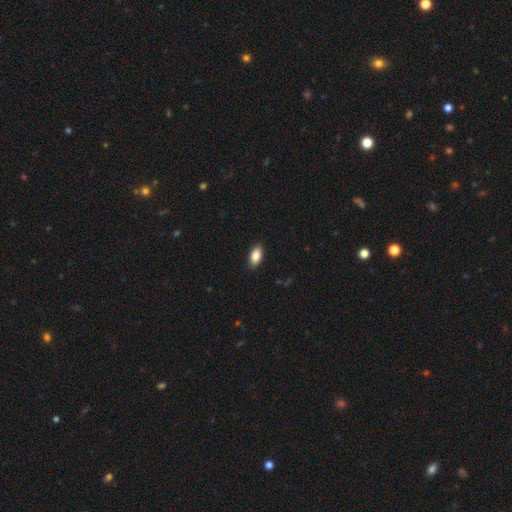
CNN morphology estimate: type=smooth (87%); roundness=in between (91%); merging=none (89%).